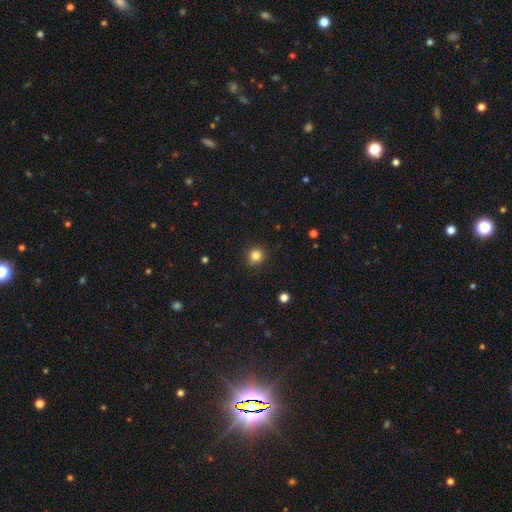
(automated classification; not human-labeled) smooth 83%, star or artifact 12%, featured or disk 5%. Down the decision tree: how rounded — round (92%); merging — none (90%).